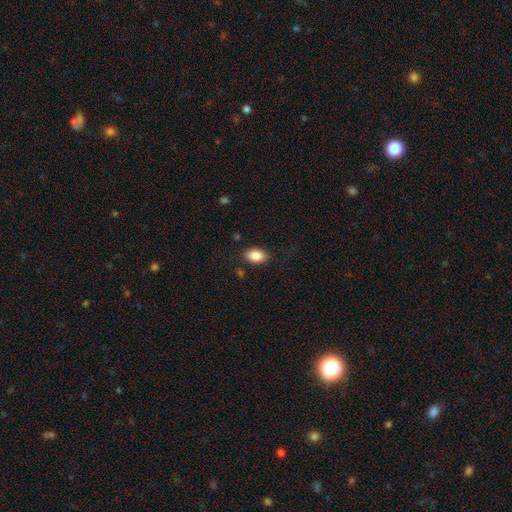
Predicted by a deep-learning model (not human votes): Smooth or featured? smooth (87%)
How rounded? in between (87%)
Merging? none (83%)